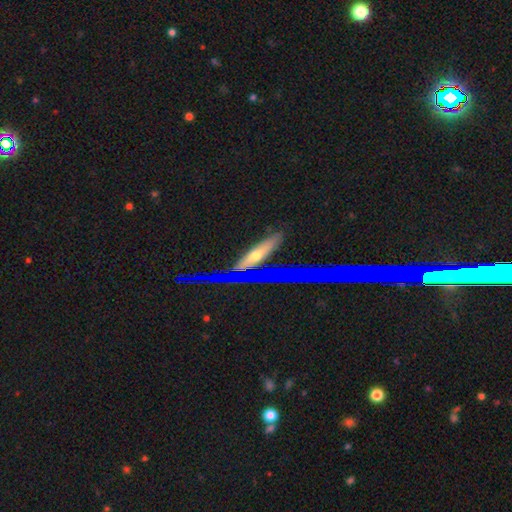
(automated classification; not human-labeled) featured or disk 42%, smooth 33%, star or artifact 25%. Down the decision tree: merging — none (85%).